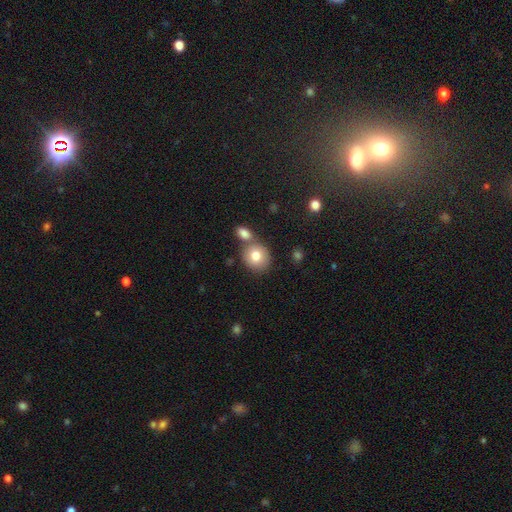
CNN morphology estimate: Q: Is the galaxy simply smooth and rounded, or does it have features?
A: smooth — 79%.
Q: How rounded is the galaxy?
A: round — 73%.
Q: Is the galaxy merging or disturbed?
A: none — 59%.